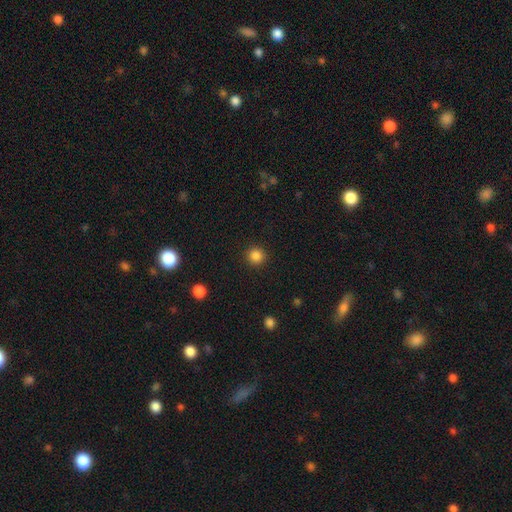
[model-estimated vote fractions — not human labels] Smooth or featured? Predicted: smooth (p=0.85). How rounded? Predicted: round (p=0.94). Merging? Predicted: none (p=0.92).